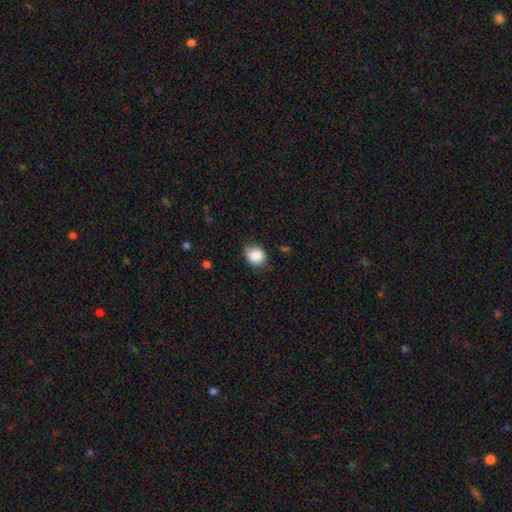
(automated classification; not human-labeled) Smooth or featured? smooth (86%)
How rounded? round (58%)
Merging? none (71%)